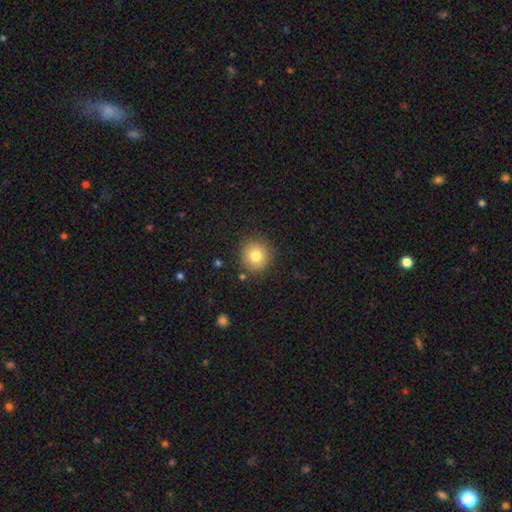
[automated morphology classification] type=smooth (79%); roundness=round (92%); merging=none (88%).